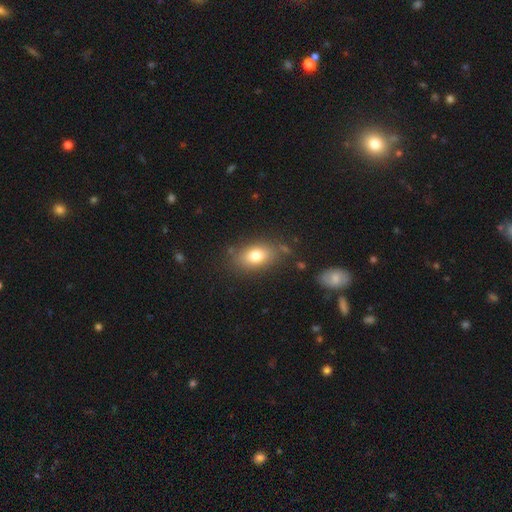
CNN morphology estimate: Smooth or featured? Predicted: smooth (p=0.78). How rounded? Predicted: in between (p=0.84). Merging? Predicted: none (p=0.78).